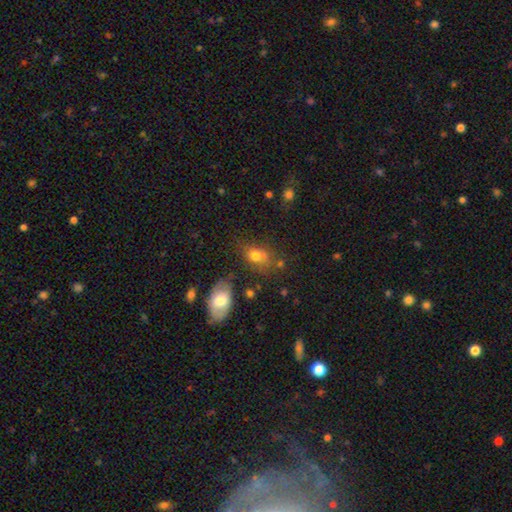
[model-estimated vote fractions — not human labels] A smooth galaxy with no disk features (74%) that is in between round and cigar-shaped (67%).

Vote fractions:
- Smooth or featured? smooth: 74% / star or artifact: 13% / featured or disk: 12%
- How rounded? in between: 67% / round: 31% / cigar-shaped: 2%
- Merging? none: 54% / minor disturbance: 21% / merger: 16% / major disturbance: 9%